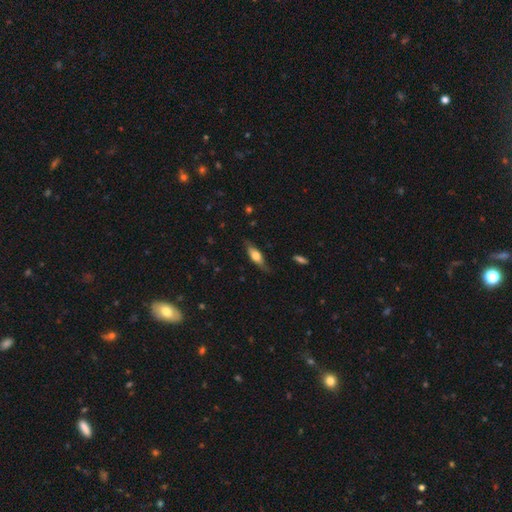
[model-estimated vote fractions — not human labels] A smooth galaxy with no disk features (49%). Merging: none (73%).